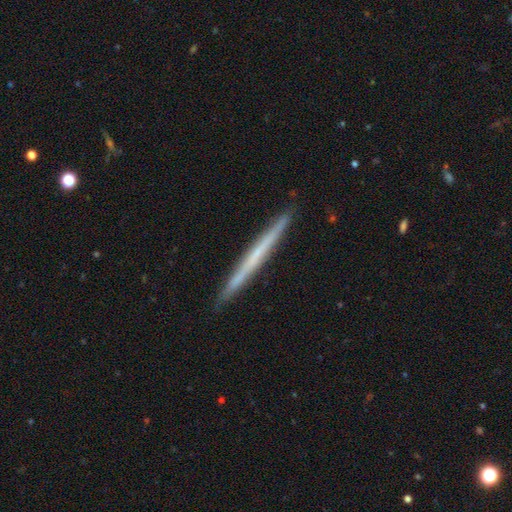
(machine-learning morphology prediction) This is possibly a featured or disk galaxy (53%). It is clearly viewed edge-on (98%). Edge-on bulge: clearly none (90%). Merging: clearly none (92%).